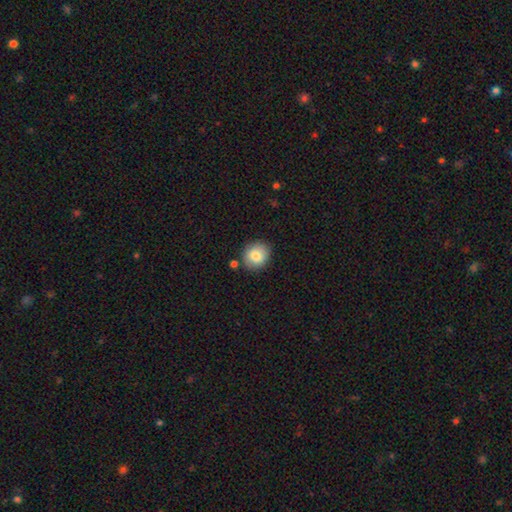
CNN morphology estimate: This appears to be a smooth galaxy with no disk features (82%) that is round (78%). Merging: none (82%).